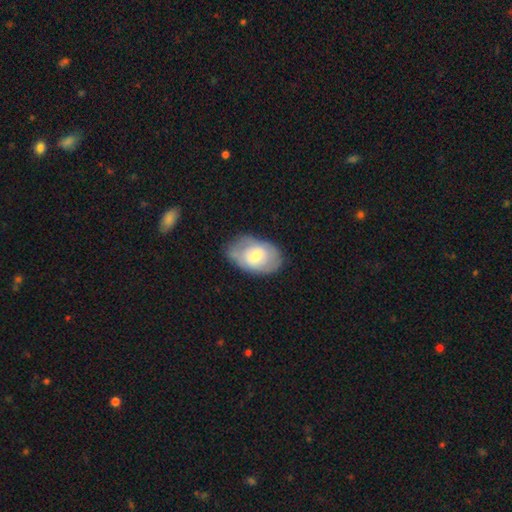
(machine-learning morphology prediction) A smooth galaxy with no disk features (54%) that is in between round and cigar-shaped (87%).

Vote fractions:
- Smooth or featured? smooth: 54% / featured or disk: 40% / star or artifact: 6%
- How rounded? in between: 87% / round: 11% / cigar-shaped: 1%
- Merging? none: 64% / minor disturbance: 27% / major disturbance: 8% / merger: 2%